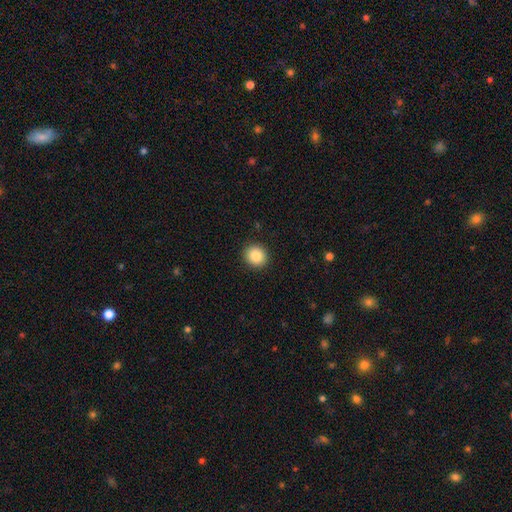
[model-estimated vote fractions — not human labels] A smooth galaxy with no disk features (87%) that is round (89%). Merging: none (92%).